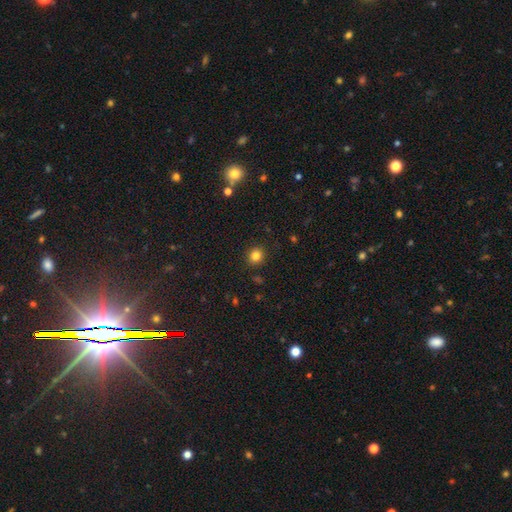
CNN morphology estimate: This is clearly a smooth galaxy (83%). How rounded: clearly round (84%). Merging: clearly none (90%).